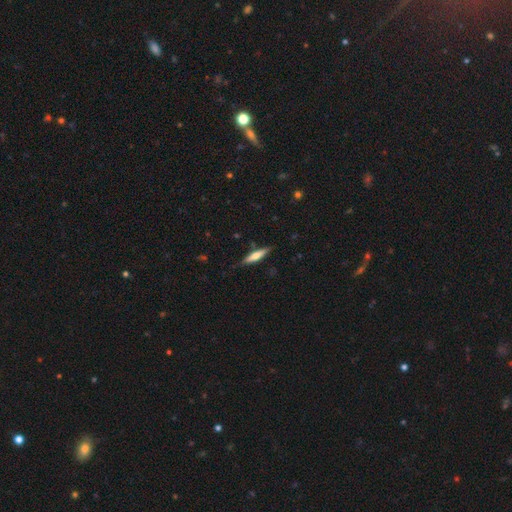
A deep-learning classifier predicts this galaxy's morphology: Smooth or featured: smooth — 52% (featured or disk — 43%)
How rounded: cigar-shaped — 82% (in between — 17%)
Merging: none — 84% (minor disturbance — 12%)